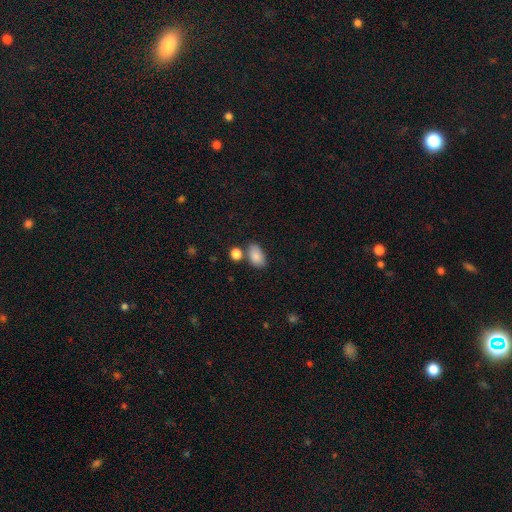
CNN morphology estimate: Smooth or featured? smooth (85%)
How rounded? in between (88%)
Merging? none (61%)